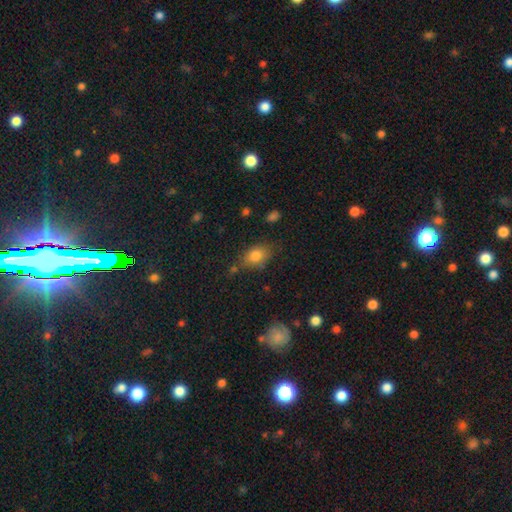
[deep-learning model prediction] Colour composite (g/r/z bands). It shows a smooth galaxy with no disk features (81%) that is in between round and cigar-shaped (78%). Merging: none (72%).